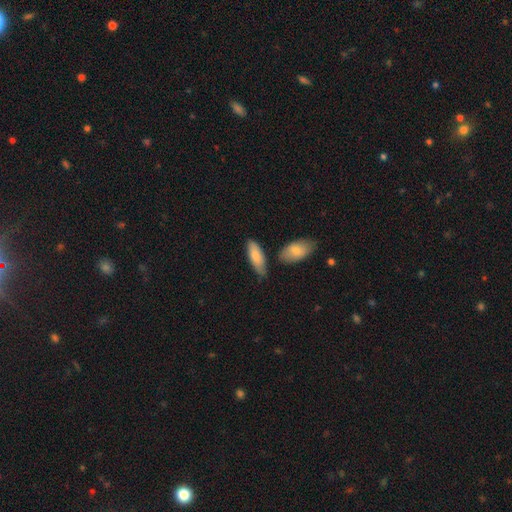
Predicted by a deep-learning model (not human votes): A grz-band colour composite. It shows a smooth galaxy with no disk features (81%) that is in between round and cigar-shaped (72%). Merging: none (66%).